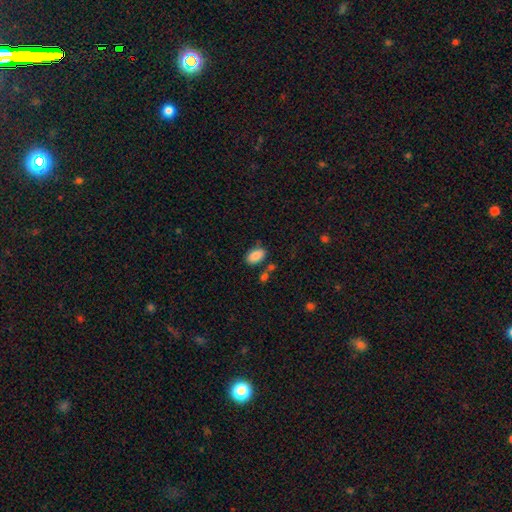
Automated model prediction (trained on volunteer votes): Smooth or featured? Predicted: smooth (p=0.86). How rounded? Predicted: in between (p=0.92). Merging? Predicted: none (p=0.71).